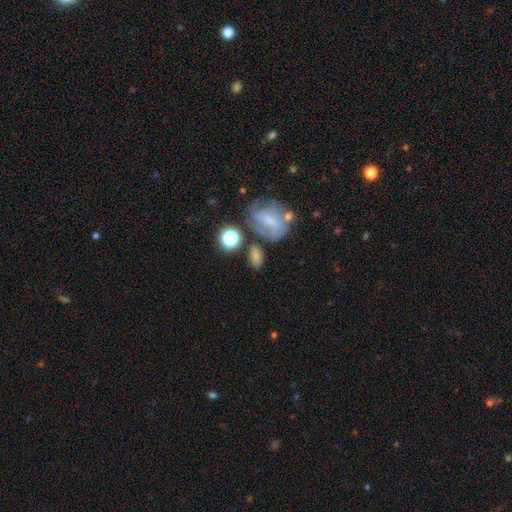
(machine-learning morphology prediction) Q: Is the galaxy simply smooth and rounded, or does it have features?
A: smooth — 69%.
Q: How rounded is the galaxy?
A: in between — 70%.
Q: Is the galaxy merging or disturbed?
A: none — 64%.